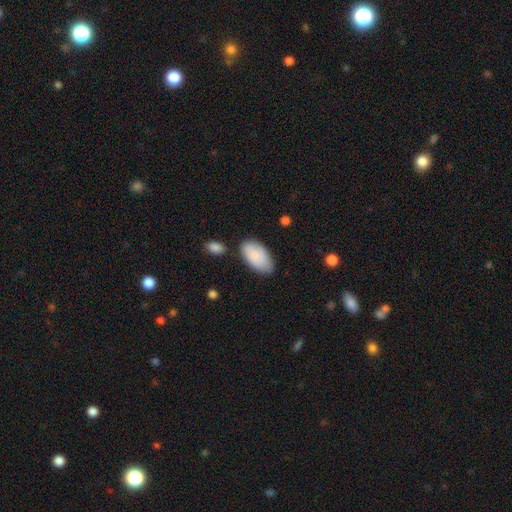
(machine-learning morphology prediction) Smooth or featured?
  - smooth: 85% *
  - featured or disk: 10%
  - star or artifact: 6%
How rounded?
  - in between: 95% *
  - round: 2%
  - cigar-shaped: 2%
Merging?
  - none: 71% *
  - minor disturbance: 19%
  - merger: 6%
  - major disturbance: 4%